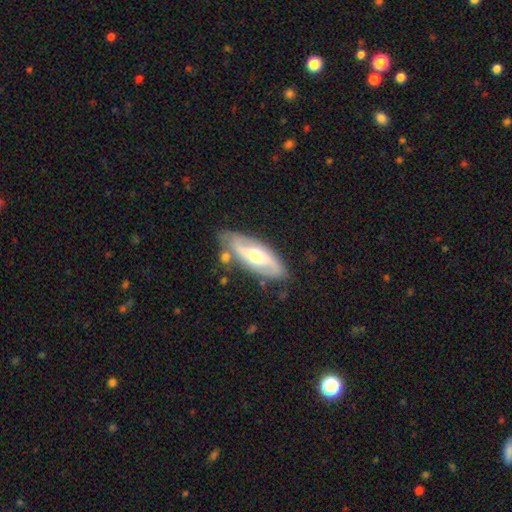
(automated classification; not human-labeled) Smooth or featured: featured or disk — 70% (smooth — 25%)
Edge-on disk: no — 84% (yes — 16%)
Bar: no — 42% (weak — 38%)
Spiral arms: yes — 85% (no — 15%)
Spiral winding: medium — 42% (loose — 31%)
Spiral arm count: 2 — 82% (can't tell — 12%)
Bulge size: moderate — 68% (small — 17%)
Merging: none — 75% (minor disturbance — 16%)